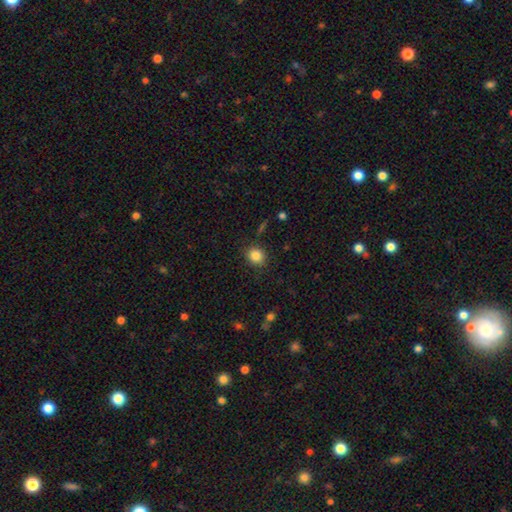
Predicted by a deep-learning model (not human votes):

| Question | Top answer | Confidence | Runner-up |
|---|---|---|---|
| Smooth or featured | smooth | 84% | star or artifact (10%) |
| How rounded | round | 75% | in between (24%) |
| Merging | none | 87% | minor disturbance (9%) |